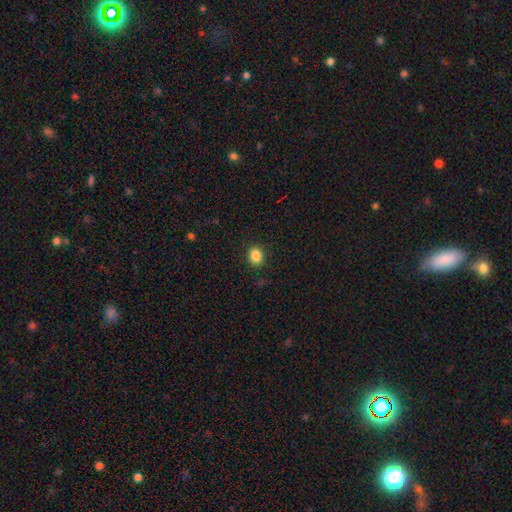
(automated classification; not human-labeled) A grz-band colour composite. It shows a smooth galaxy with no disk features (86%) that is round (56%). Merging: none (90%).